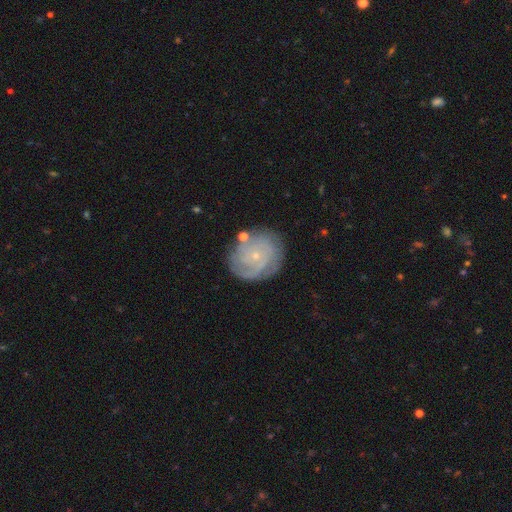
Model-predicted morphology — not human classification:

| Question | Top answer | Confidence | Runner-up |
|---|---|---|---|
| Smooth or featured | featured or disk | 73% | smooth (19%) |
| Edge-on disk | no | 98% | yes (2%) |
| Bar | no | 80% | weak (17%) |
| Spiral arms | yes | 89% | no (11%) |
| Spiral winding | tight | 72% | medium (22%) |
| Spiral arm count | can't tell | 40% | 2 (20%) |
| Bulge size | small | 87% | moderate (9%) |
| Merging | none | 75% | minor disturbance (16%) |